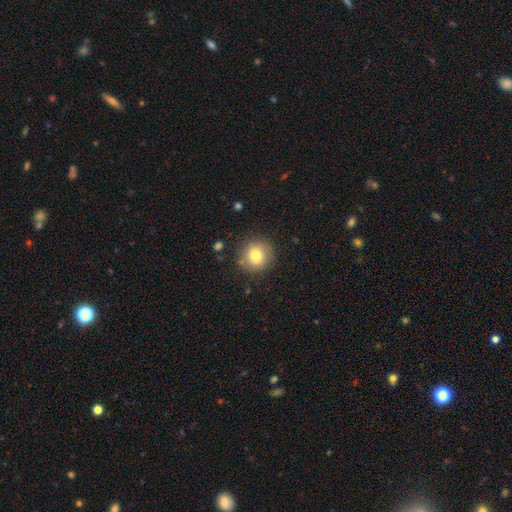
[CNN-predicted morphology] A smooth galaxy with no disk features (77%) that is round (90%).

Vote fractions:
- Smooth or featured? smooth: 77% / featured or disk: 13% / star or artifact: 10%
- How rounded? round: 90% / in between: 9% / cigar-shaped: 1%
- Merging? none: 85% / minor disturbance: 10% / major disturbance: 3% / merger: 2%